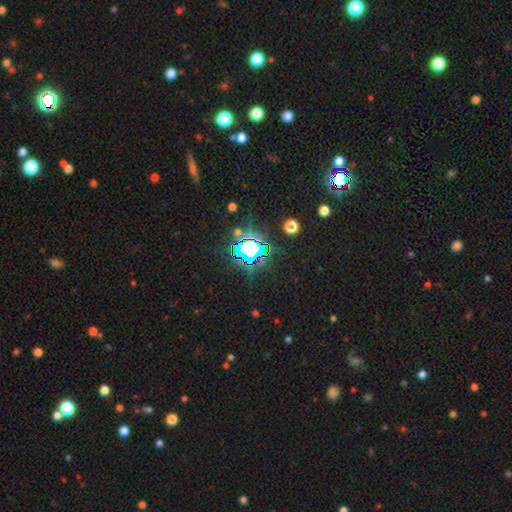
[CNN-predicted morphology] Smooth or featured: star or artifact — 71% (smooth — 18%)